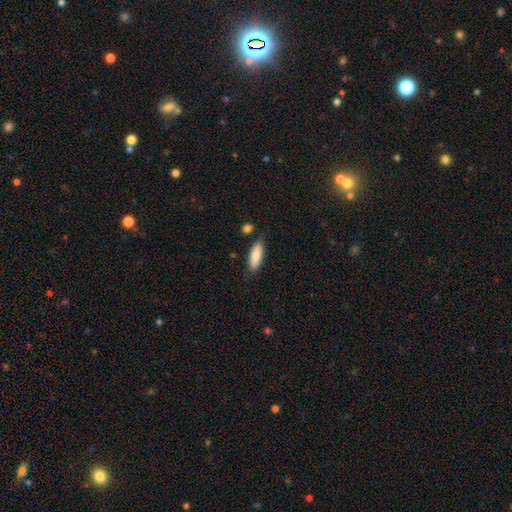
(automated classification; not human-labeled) smooth_or_featured: smooth (p=0.80) [alt: featured or disk p=0.14]
how_rounded: in between (p=0.59) [alt: cigar-shaped p=0.39]
merging: none (p=0.78) [alt: minor disturbance p=0.15]